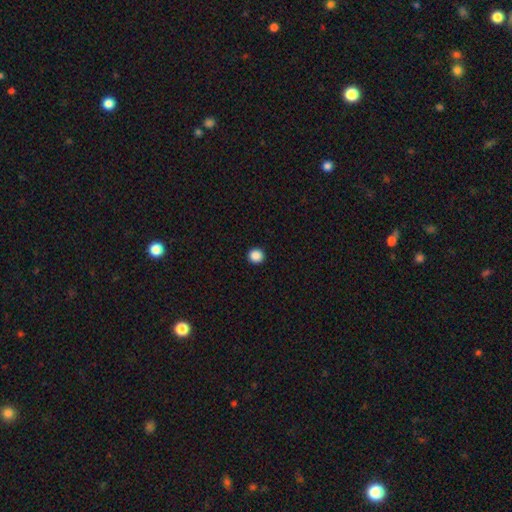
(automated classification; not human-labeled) A smooth galaxy with no disk features (88%) that is round (95%). Merging: none (94%).